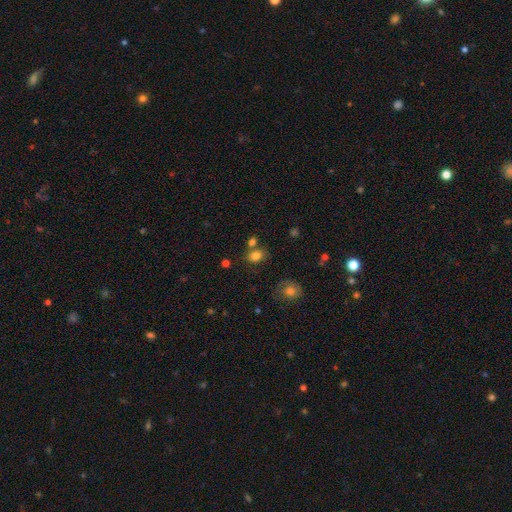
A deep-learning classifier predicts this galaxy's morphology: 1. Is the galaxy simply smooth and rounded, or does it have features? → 81% smooth, 11% star or artifact, 7% featured or disk.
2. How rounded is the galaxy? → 69% in between, 29% round, 1% cigar-shaped.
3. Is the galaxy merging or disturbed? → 64% none, 18% merger, 14% minor disturbance, 5% major disturbance.